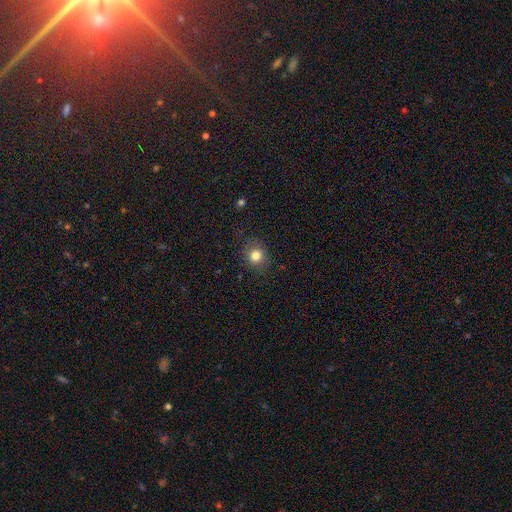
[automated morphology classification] A smooth galaxy with no disk features (81%) that is round (76%).

Vote fractions:
- Smooth or featured? smooth: 81% / star or artifact: 12% / featured or disk: 7%
- How rounded? round: 76% / in between: 23% / cigar-shaped: 1%
- Merging? none: 82% / minor disturbance: 12% / major disturbance: 4% / merger: 1%